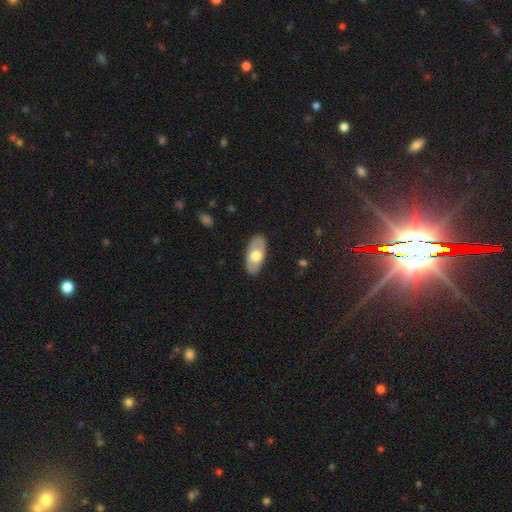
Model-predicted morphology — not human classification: A smooth galaxy with no disk features (58%) that is in between round and cigar-shaped (92%).

Vote fractions:
- Smooth or featured? smooth: 58% / featured or disk: 37% / star or artifact: 5%
- How rounded? in between: 92% / cigar-shaped: 5% / round: 3%
- Merging? none: 86% / minor disturbance: 10% / major disturbance: 2% / merger: 1%